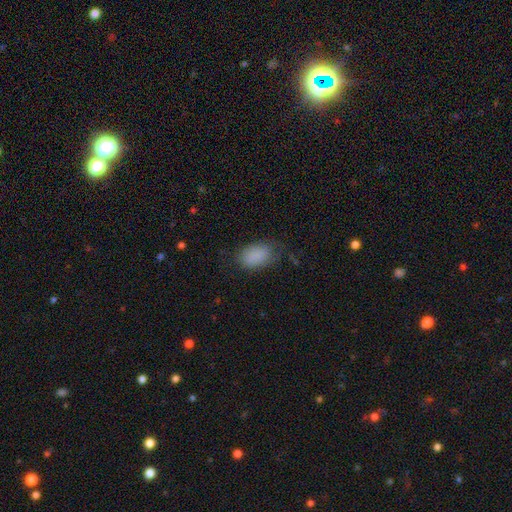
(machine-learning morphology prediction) This is clearly a smooth galaxy (87%). How rounded: clearly in between (91%). Merging: likely none (68%).